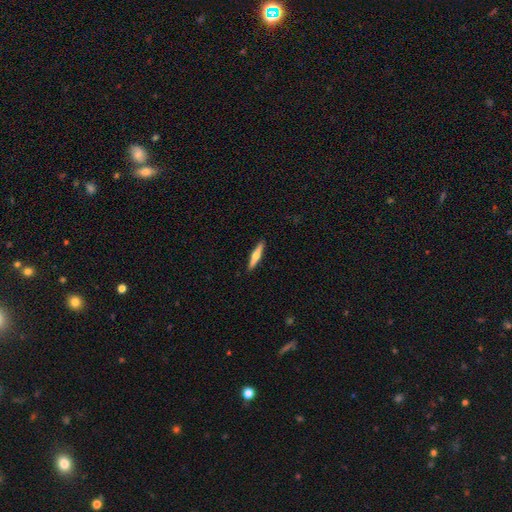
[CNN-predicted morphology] smooth_or_featured: featured or disk (p=0.48) [alt: smooth p=0.47]
merging: none (p=0.91) [alt: minor disturbance p=0.06]